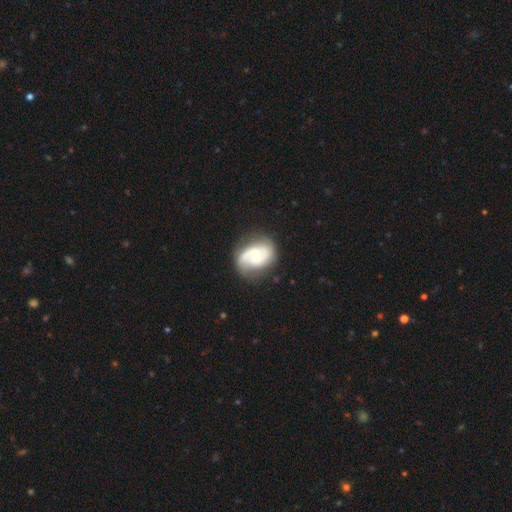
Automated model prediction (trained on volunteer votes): smooth_or_featured: featured or disk (p=0.71) [alt: smooth p=0.23]
disk_edge_on: no (p=0.97) [alt: yes p=0.03]
bar: no (p=0.43) [alt: weak p=0.42]
has_spiral_arms: yes (p=0.81) [alt: no p=0.19]
spiral_winding: medium (p=0.42) [alt: tight p=0.34]
spiral_arm_count: 2 (p=0.71) [alt: can't tell p=0.16]
bulge_size: moderate (p=0.56) [alt: small p=0.37]
merging: none (p=0.65) [alt: minor disturbance p=0.23]